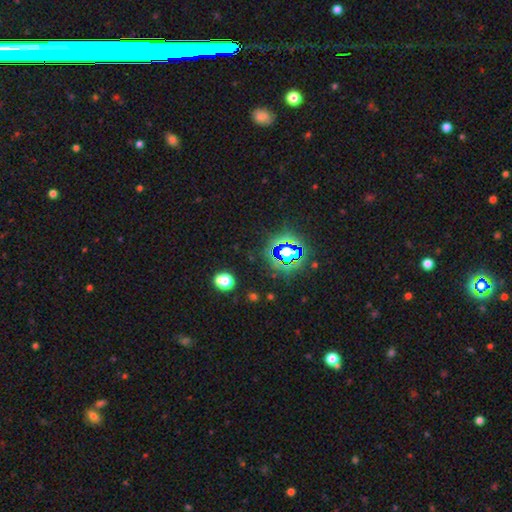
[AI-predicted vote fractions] This is likely a star or artifact rather than a galaxy (78%).